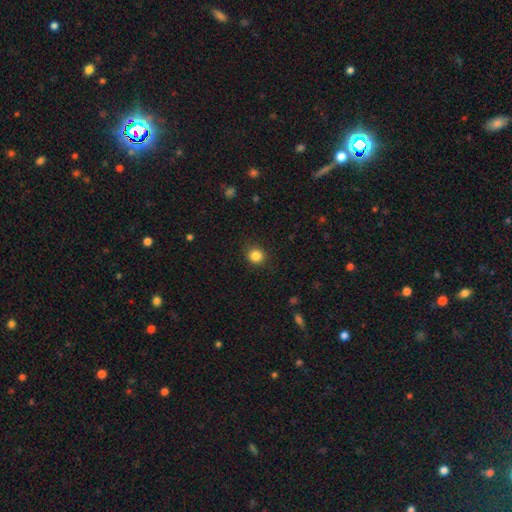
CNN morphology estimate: smooth_or_featured: smooth (p=0.84) [alt: star or artifact p=0.11]
how_rounded: round (p=0.88) [alt: in between p=0.11]
merging: none (p=0.89) [alt: minor disturbance p=0.08]